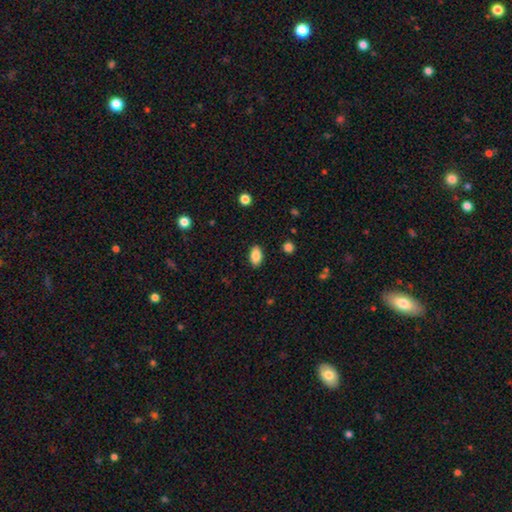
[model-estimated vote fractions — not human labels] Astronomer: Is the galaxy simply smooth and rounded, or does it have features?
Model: smooth — 87%.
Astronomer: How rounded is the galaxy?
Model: in between — 91%.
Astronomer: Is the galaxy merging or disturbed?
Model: none — 87%.